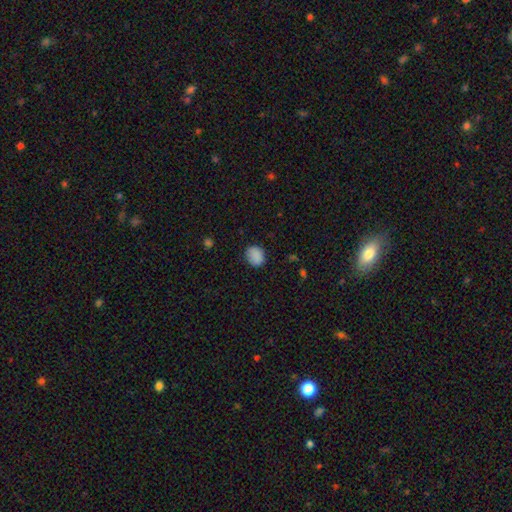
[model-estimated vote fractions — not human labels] Morphology: type=smooth (88%); roundness=round (58%); merging=none (83%).